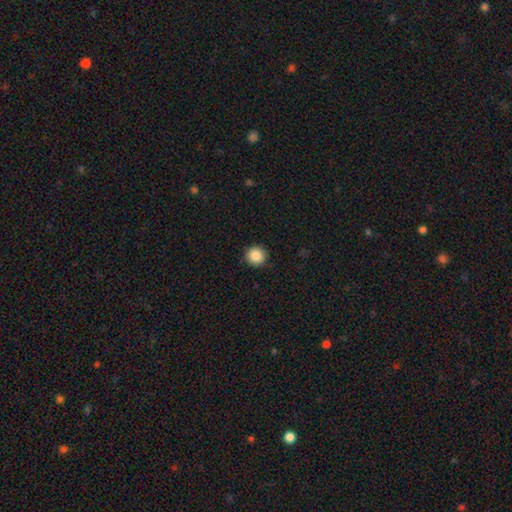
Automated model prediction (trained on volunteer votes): Morphology: type=smooth (87%); roundness=round (95%); merging=none (92%).